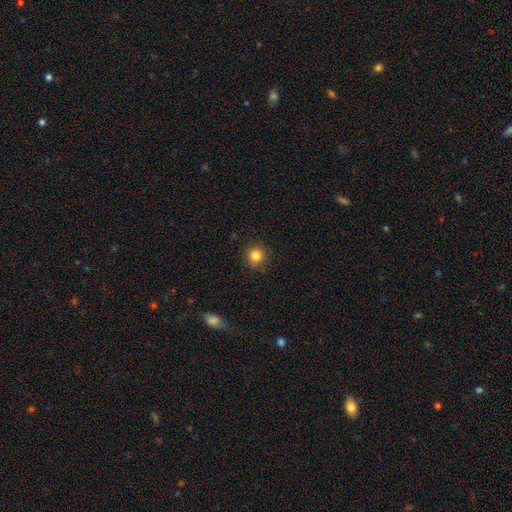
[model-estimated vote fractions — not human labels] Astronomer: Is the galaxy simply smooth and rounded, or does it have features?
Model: smooth — 84%.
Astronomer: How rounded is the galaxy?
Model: round — 93%.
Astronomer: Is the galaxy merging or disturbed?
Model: none — 88%.